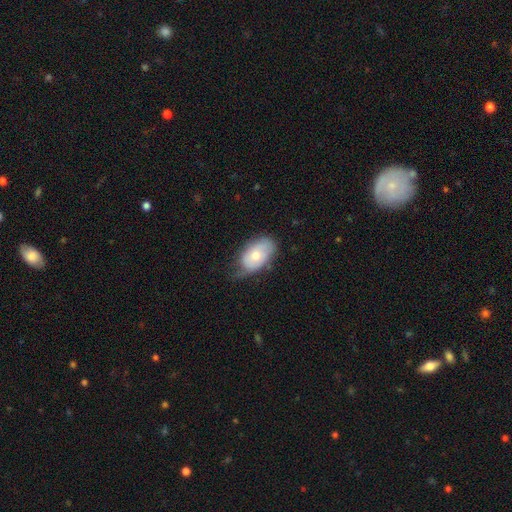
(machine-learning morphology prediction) Smooth or featured?
  - smooth: 62% *
  - featured or disk: 32%
  - star or artifact: 7%
How rounded?
  - in between: 90% *
  - round: 9%
  - cigar-shaped: 2%
Merging?
  - none: 46% *
  - minor disturbance: 40%
  - major disturbance: 13%
  - merger: 2%